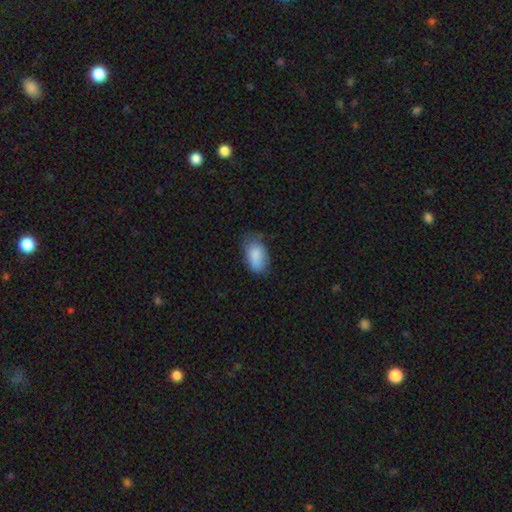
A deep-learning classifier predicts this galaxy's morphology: Smooth or featured?
  - smooth: 85% *
  - featured or disk: 8%
  - star or artifact: 7%
How rounded?
  - in between: 92% *
  - round: 6%
  - cigar-shaped: 2%
Merging?
  - none: 57% *
  - minor disturbance: 32%
  - major disturbance: 9%
  - merger: 2%